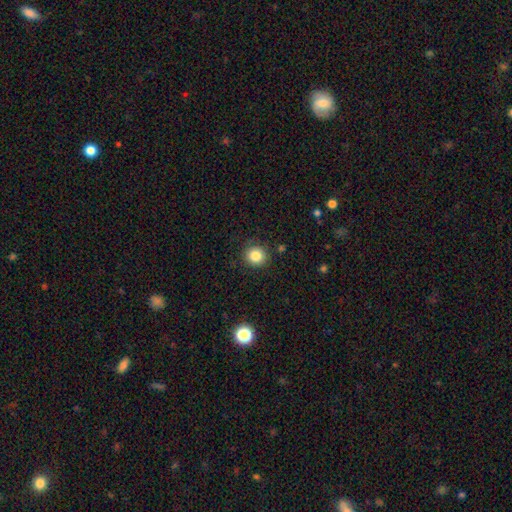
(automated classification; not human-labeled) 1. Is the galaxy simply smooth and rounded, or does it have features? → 84% smooth, 11% star or artifact, 5% featured or disk.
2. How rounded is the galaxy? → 89% round, 10% in between, 1% cigar-shaped.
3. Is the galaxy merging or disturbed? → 88% none, 8% minor disturbance, 3% major disturbance, 2% merger.